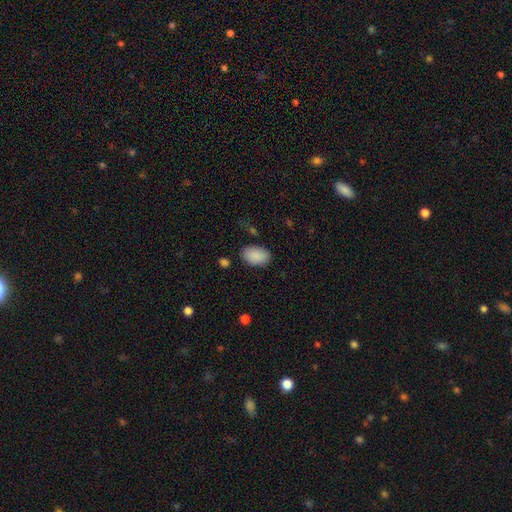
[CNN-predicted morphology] Smooth or featured? Predicted: smooth (p=0.90). How rounded? Predicted: in between (p=0.92). Merging? Predicted: none (p=0.83).